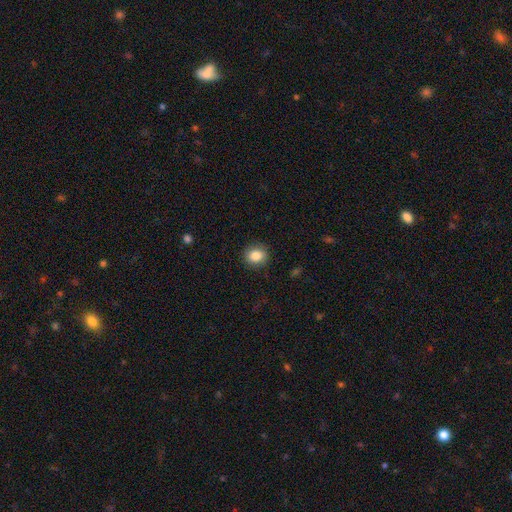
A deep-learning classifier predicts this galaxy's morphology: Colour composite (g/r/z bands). It shows a smooth galaxy with no disk features (86%) that is round (75%). Merging: none (89%).